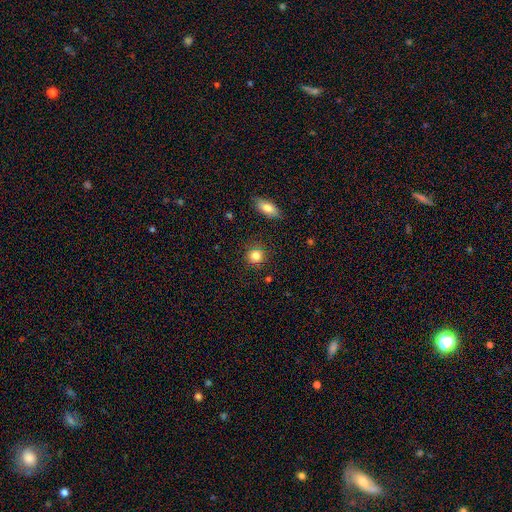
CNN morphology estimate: The model was most divided on "smooth or featured": smooth: 84%, star or artifact: 10%, featured or disk: 6%. More confident: how rounded — round (89%); merging — none (88%).